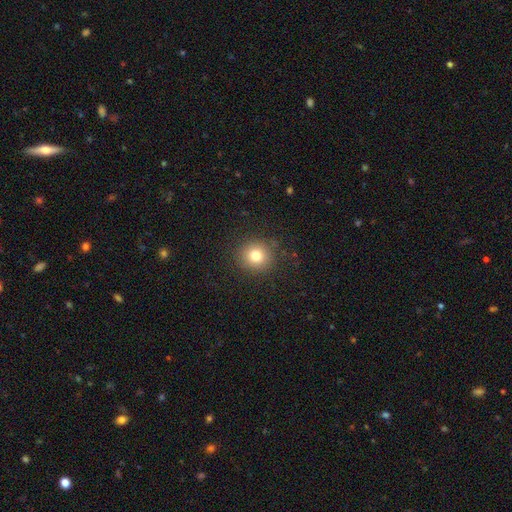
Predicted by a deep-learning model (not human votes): A smooth galaxy with no disk features (78%) that is round (91%).

Vote fractions:
- Smooth or featured? smooth: 78% / star or artifact: 13% / featured or disk: 9%
- How rounded? round: 91% / in between: 8% / cigar-shaped: 1%
- Merging? none: 88% / minor disturbance: 8% / major disturbance: 3% / merger: 1%